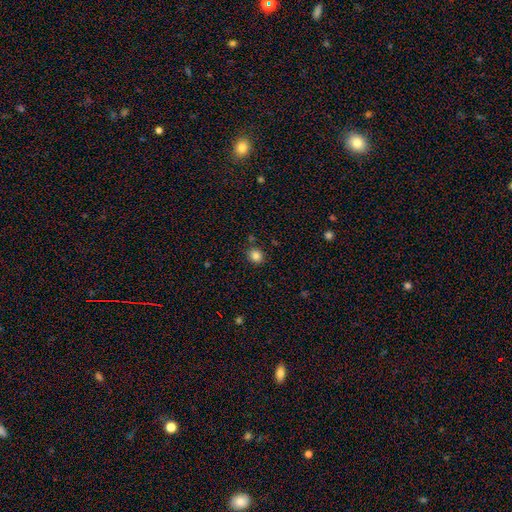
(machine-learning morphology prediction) type=smooth (84%); roundness=round (75%); merging=none (84%).